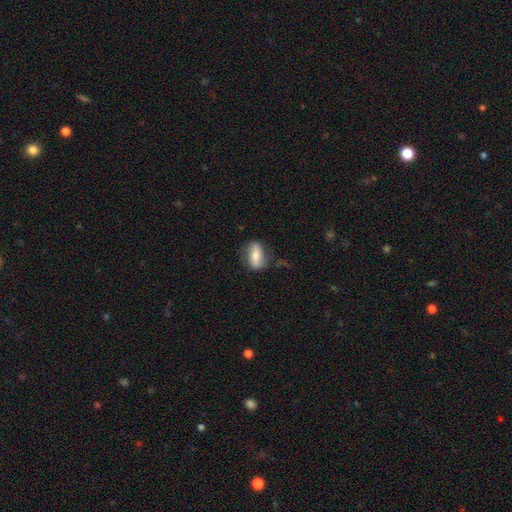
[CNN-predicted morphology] Overall: smooth (56%; featured or disk 37%). How rounded: in between (80%). Merging: none (68%).